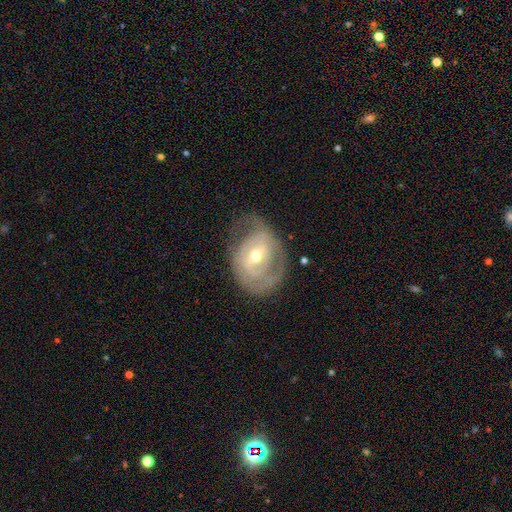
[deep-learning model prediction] A featured or disk galaxy (74%) with a weak bar (41%), 2 (50%) tight (51%) spiral arms (71%) and a moderate central bulge (53%).

Vote fractions:
- Smooth or featured? featured or disk: 74% / smooth: 20% / star or artifact: 6%
- Edge-on disk? no: 96% / yes: 4%
- Bar? weak: 41% / no: 40% / strong: 19%
- Spiral arms? yes: 71% / no: 29%
- Spiral winding? tight: 51% / medium: 34% / loose: 15%
- Spiral arm count? 2: 50% / can't tell: 31% / 1: 11% / 3: 5% / 4: 2% / more than 4: 2%
- Bulge size? moderate: 53% / small: 43% / large: 3% / none: 1% / dominant: 1%
- Merging? none: 54% / minor disturbance: 26% / major disturbance: 19% / merger: 2%